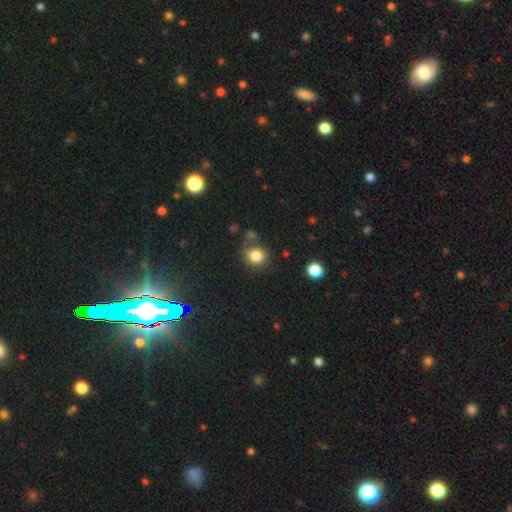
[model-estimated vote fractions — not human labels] Smooth or featured? smooth (83%)
How rounded? round (84%)
Merging? none (73%)